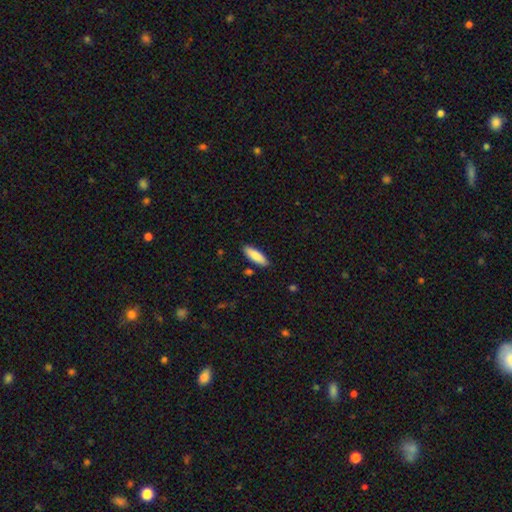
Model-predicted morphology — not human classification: smooth-or-featured: smooth: 87% | featured or disk: 7% | star or artifact: 6%
  how-rounded: in between: 56% | cigar-shaped: 43% | round: 2%
  merging: none: 87% | minor disturbance: 9% | merger: 2% | major disturbance: 2%